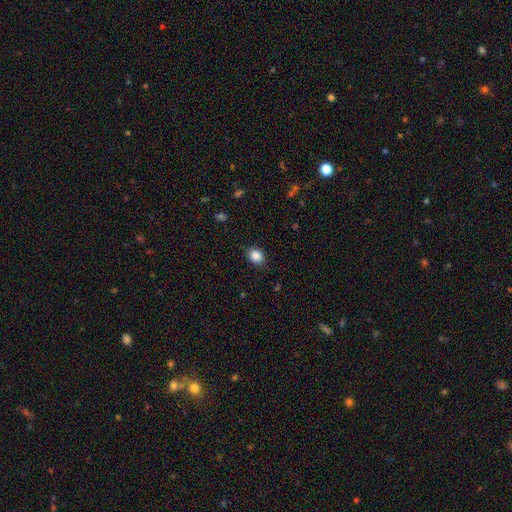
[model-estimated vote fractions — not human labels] This appears to be a smooth galaxy with no disk features (87%) that is in between round and cigar-shaped (59%). Merging: none (85%).